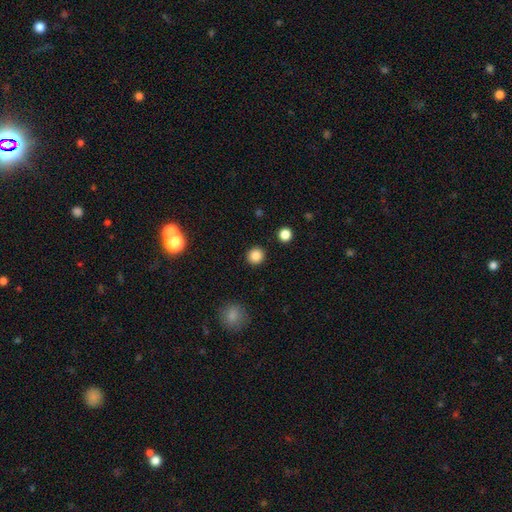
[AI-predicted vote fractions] Smooth or featured?
  - smooth: 85% *
  - star or artifact: 11%
  - featured or disk: 4%
How rounded?
  - round: 93% *
  - in between: 6%
  - cigar-shaped: 1%
Merging?
  - none: 92% *
  - minor disturbance: 5%
  - major disturbance: 2%
  - merger: 1%